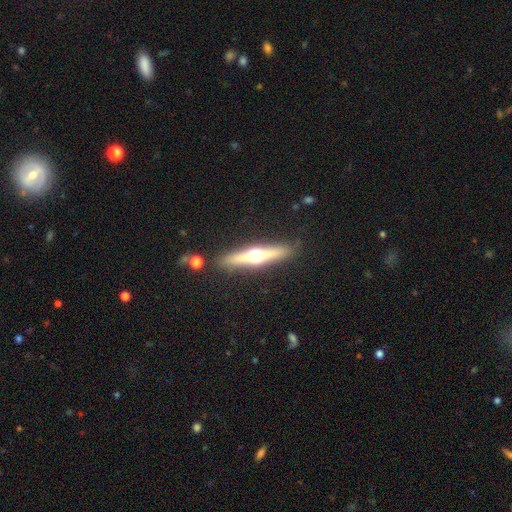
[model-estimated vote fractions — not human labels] Q: Smooth or featured?
A: featured or disk (67%); runner-up: smooth (26%)
Q: Edge-on disk?
A: yes (96%); runner-up: no (4%)
Q: Edge-on bulge?
A: rounded (94%); runner-up: boxy (3%)
Q: Merging?
A: none (86%); runner-up: minor disturbance (9%)